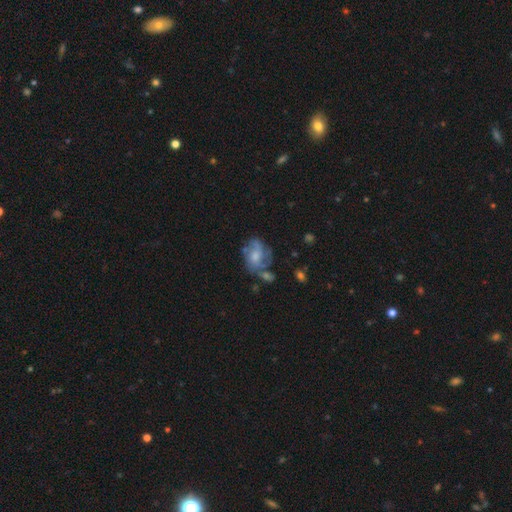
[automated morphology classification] This appears to be a featured or disk galaxy (54%) with no bar (74%), spiral arms (63%) and a moderate central bulge (50%). Merging: none (42%).